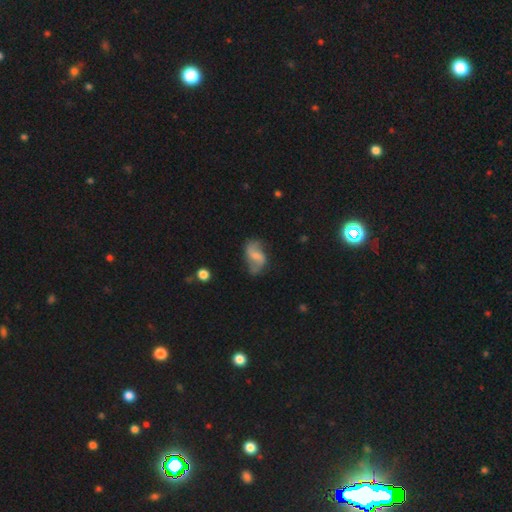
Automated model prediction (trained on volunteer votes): smooth_or_featured: featured or disk (p=0.67) [alt: smooth p=0.25]
disk_edge_on: no (p=0.97) [alt: yes p=0.03]
bar: weak (p=0.50) [alt: no p=0.33]
has_spiral_arms: yes (p=0.90) [alt: no p=0.10]
spiral_winding: loose (p=0.67) [alt: medium p=0.26]
spiral_arm_count: 2 (p=0.89) [alt: can't tell p=0.05]
bulge_size: small (p=0.36) [alt: none p=0.32]
merging: none (p=0.62) [alt: minor disturbance p=0.23]